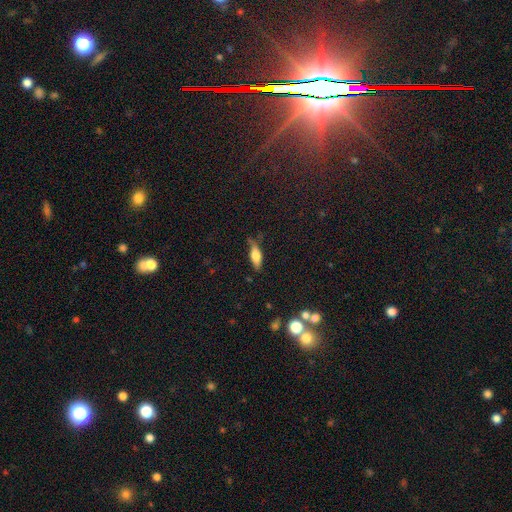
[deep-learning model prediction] Q: Smooth or featured?
A: smooth (61%); runner-up: featured or disk (31%)
Q: How rounded?
A: in between (55%); runner-up: cigar-shaped (42%)
Q: Merging?
A: none (68%); runner-up: minor disturbance (24%)